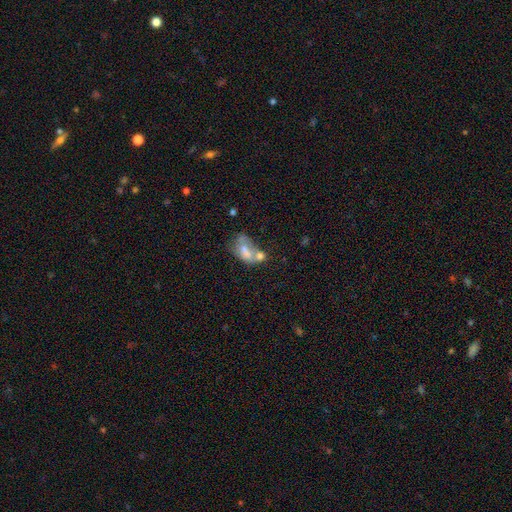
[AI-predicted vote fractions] The model was most divided on "smooth or featured": smooth: 56%, featured or disk: 34%, star or artifact: 10%. More confident: how rounded — in between (85%); merging — merger (55%).